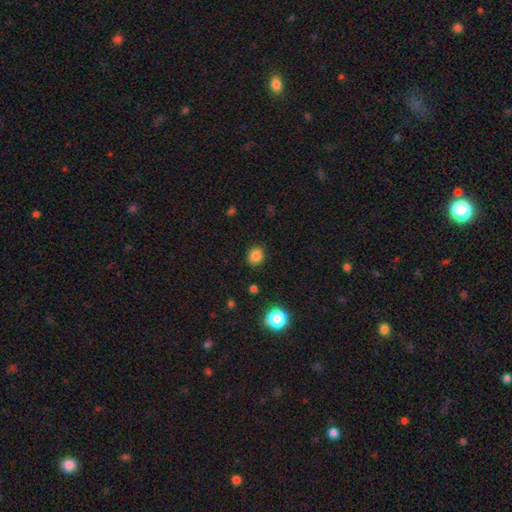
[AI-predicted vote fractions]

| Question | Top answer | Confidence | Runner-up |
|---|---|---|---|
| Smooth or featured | smooth | 84% | star or artifact (12%) |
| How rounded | round | 78% | in between (21%) |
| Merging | none | 89% | minor disturbance (8%) |